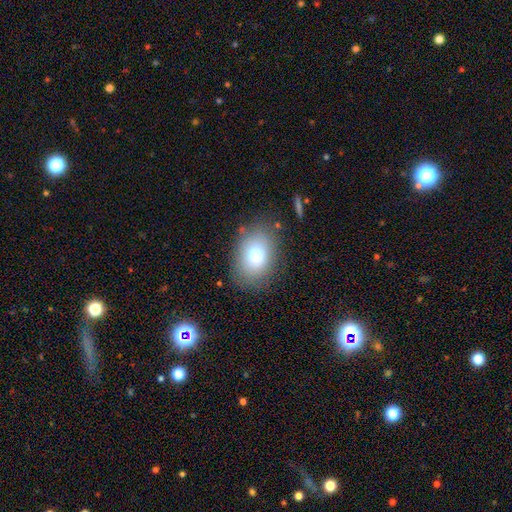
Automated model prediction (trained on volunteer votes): Overall: smooth (78%). How rounded: in between (82%). Merging: none (78%).